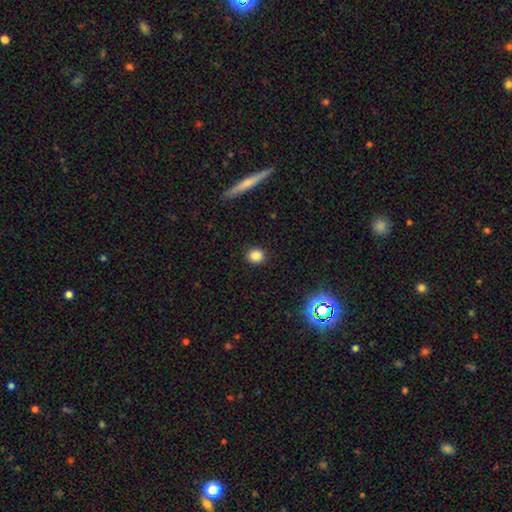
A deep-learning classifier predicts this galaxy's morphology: Smooth or featured?
  - smooth: 86% *
  - star or artifact: 10%
  - featured or disk: 4%
How rounded?
  - round: 77% *
  - in between: 21%
  - cigar-shaped: 2%
Merging?
  - none: 91% *
  - minor disturbance: 6%
  - major disturbance: 2%
  - merger: 1%